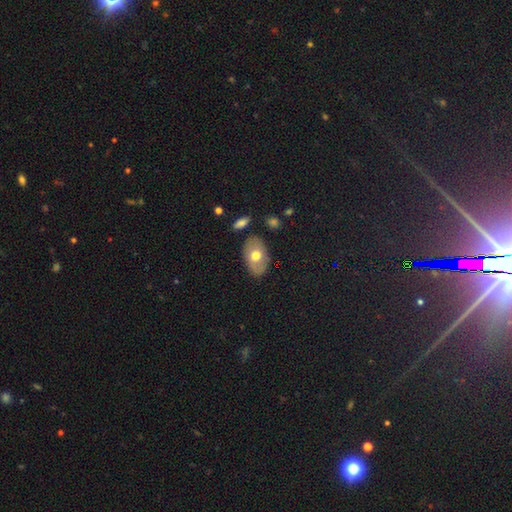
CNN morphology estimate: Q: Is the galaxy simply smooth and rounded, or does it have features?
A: smooth — 61%.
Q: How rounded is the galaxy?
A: in between — 88%.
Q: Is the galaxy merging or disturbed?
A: none — 81%.